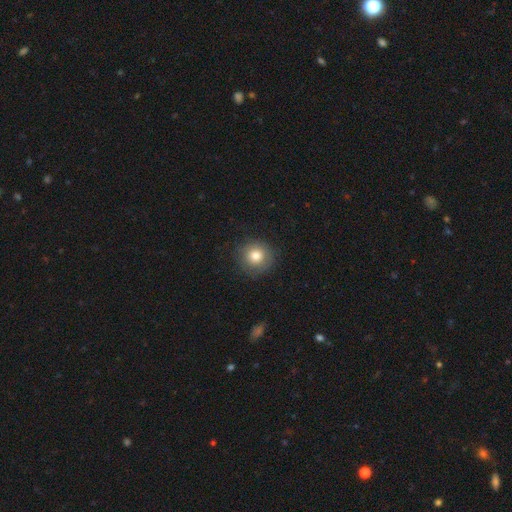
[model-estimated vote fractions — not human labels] Smooth or featured: smooth — 78% (featured or disk — 11%)
How rounded: round — 94% (in between — 5%)
Merging: none — 86% (minor disturbance — 10%)